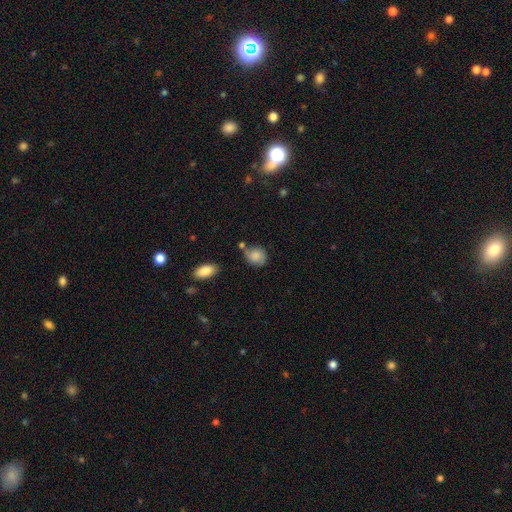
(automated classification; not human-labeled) This is likely a smooth galaxy (76%). How rounded: likely round (65%). Merging: likely none (61%).